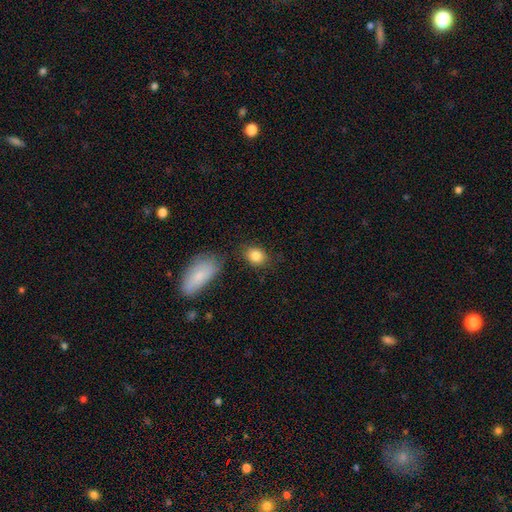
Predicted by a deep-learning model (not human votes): smooth_or_featured: smooth (p=0.85) [alt: star or artifact p=0.08]
how_rounded: in between (p=0.49) [tied with: round p=0.49]
merging: none (p=0.77) [alt: minor disturbance p=0.13]